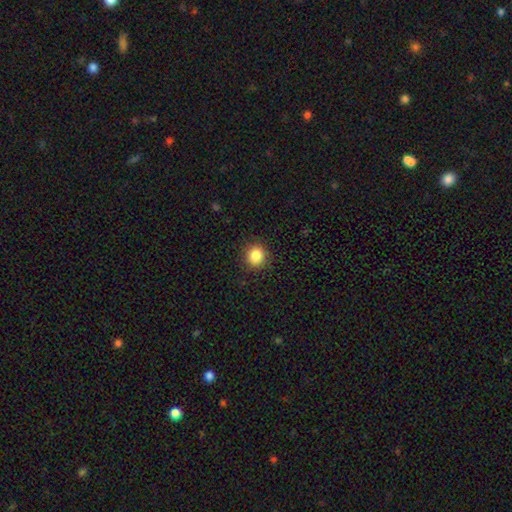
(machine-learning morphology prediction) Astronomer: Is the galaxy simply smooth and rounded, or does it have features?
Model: smooth — 85%.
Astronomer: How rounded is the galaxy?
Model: round — 88%.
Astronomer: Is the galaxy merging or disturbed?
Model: none — 89%.